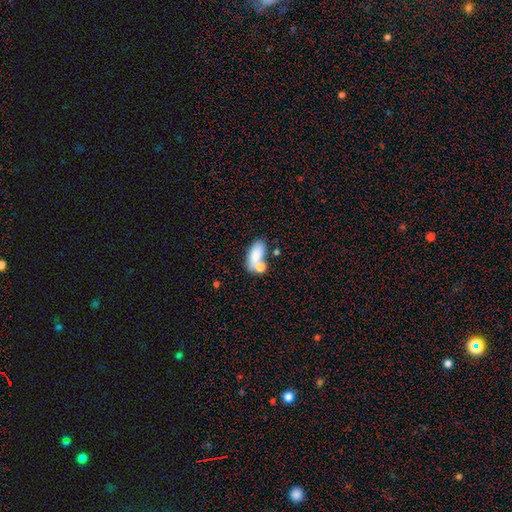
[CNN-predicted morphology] Q: Smooth or featured?
A: smooth (81%); runner-up: featured or disk (11%)
Q: How rounded?
A: in between (88%); runner-up: cigar-shaped (7%)
Q: Merging?
A: none (48%); runner-up: merger (32%)